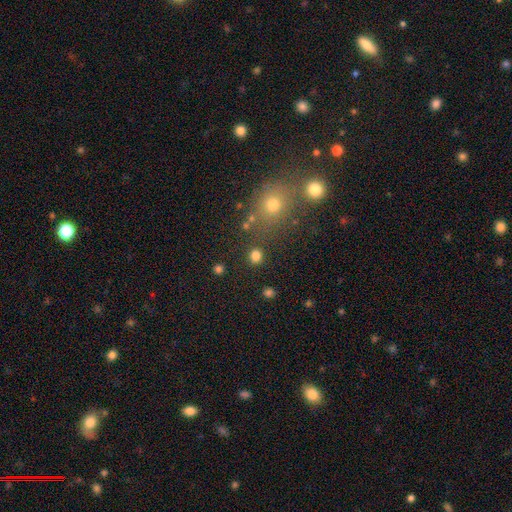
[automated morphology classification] A smooth galaxy with no disk features (81%) that is round (86%).

Vote fractions:
- Smooth or featured? smooth: 81% / star or artifact: 15% / featured or disk: 5%
- How rounded? round: 86% / in between: 13% / cigar-shaped: 1%
- Merging? none: 85% / minor disturbance: 7% / merger: 5% / major disturbance: 3%